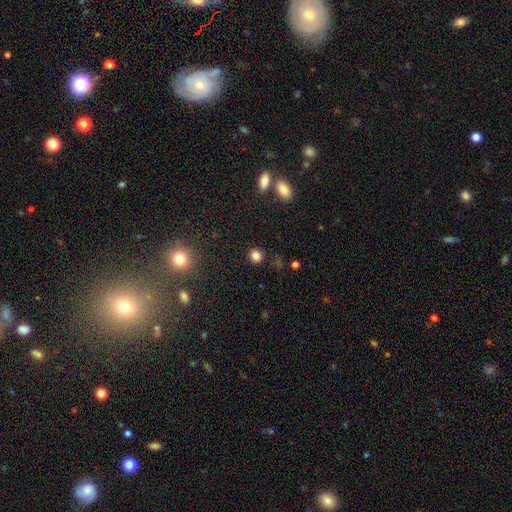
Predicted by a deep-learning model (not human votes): Smooth or featured: smooth — 82% (star or artifact — 14%)
How rounded: round — 87% (in between — 12%)
Merging: none — 88% (minor disturbance — 7%)